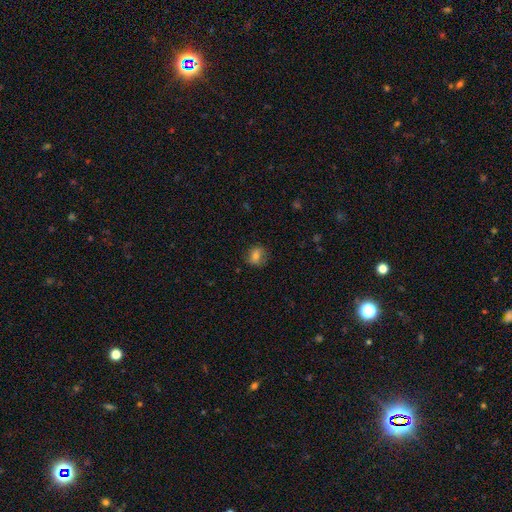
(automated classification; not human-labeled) Q: Smooth or featured?
A: smooth (70%); runner-up: featured or disk (19%)
Q: How rounded?
A: round (68%); runner-up: in between (31%)
Q: Merging?
A: none (79%); runner-up: minor disturbance (15%)